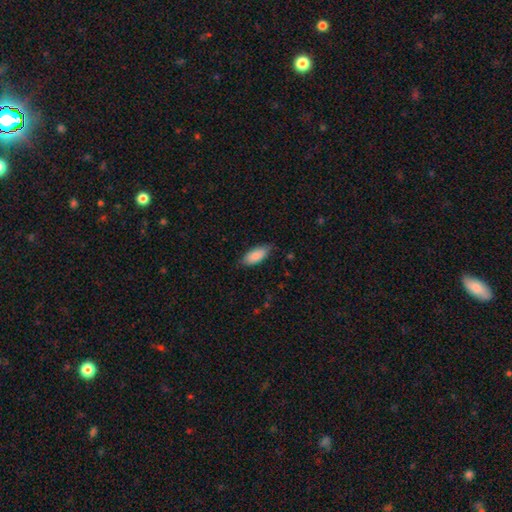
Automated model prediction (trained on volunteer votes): A smooth galaxy with no disk features (87%) that is in between round and cigar-shaped (88%).

Vote fractions:
- Smooth or featured? smooth: 87% / featured or disk: 7% / star or artifact: 6%
- How rounded? in between: 88% / cigar-shaped: 10% / round: 2%
- Merging? none: 77% / minor disturbance: 19% / major disturbance: 3% / merger: 1%